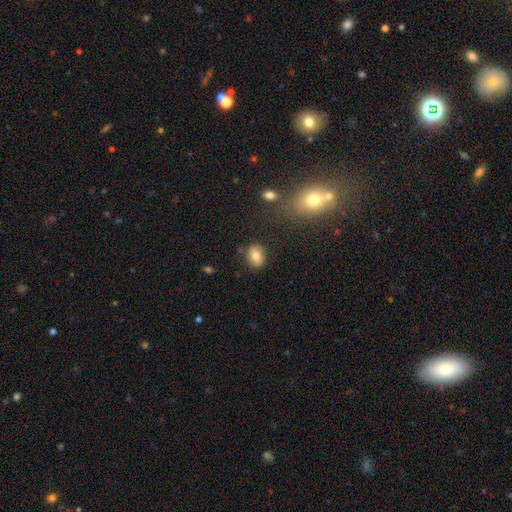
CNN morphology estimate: This appears to be a smooth galaxy with no disk features (78%) that is in between round and cigar-shaped (58%). Merging: none (84%).